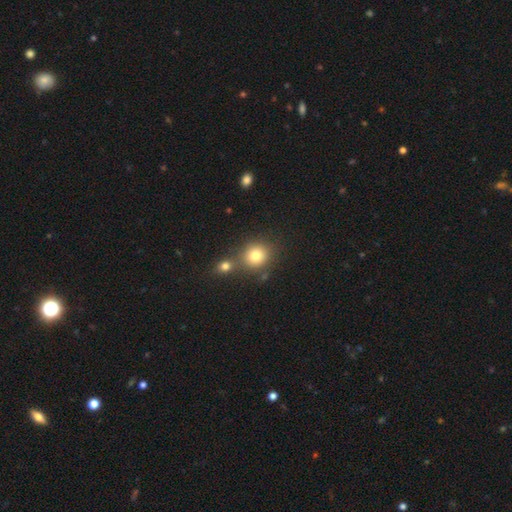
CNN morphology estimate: The model was most divided on "merging": none: 58%, merger: 30%, minor disturbance: 9%, major disturbance: 3%. More confident: how rounded — round (82%); smooth or featured — smooth (78%).